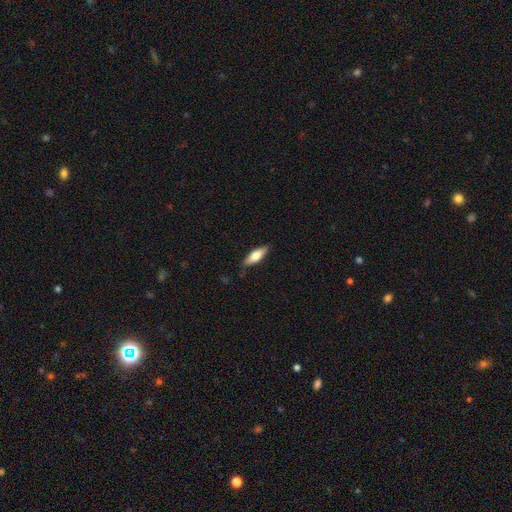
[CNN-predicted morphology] The model was most divided on "how rounded": in between: 57%, cigar-shaped: 40%, round: 2%. More confident: merging — none (81%); smooth or featured — smooth (68%).